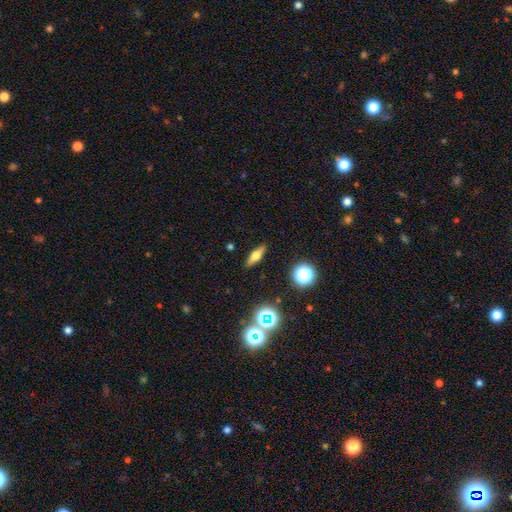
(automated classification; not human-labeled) smooth 47%, featured or disk 41%, star or artifact 12%. Down the decision tree: merging — none (89%).